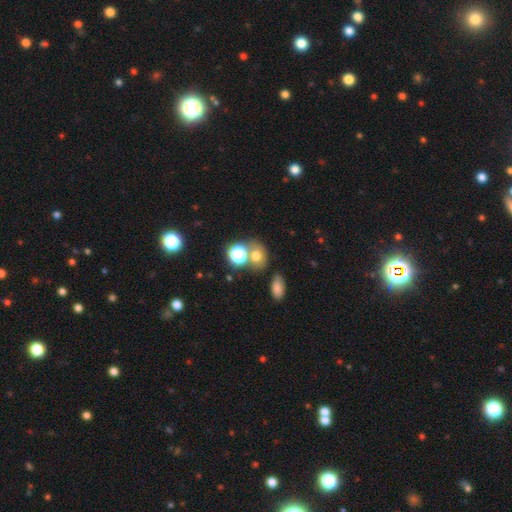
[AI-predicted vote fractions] Smooth or featured? Predicted: smooth (p=0.66). How rounded? Predicted: round (p=0.60). Merging? Predicted: none (p=0.55).